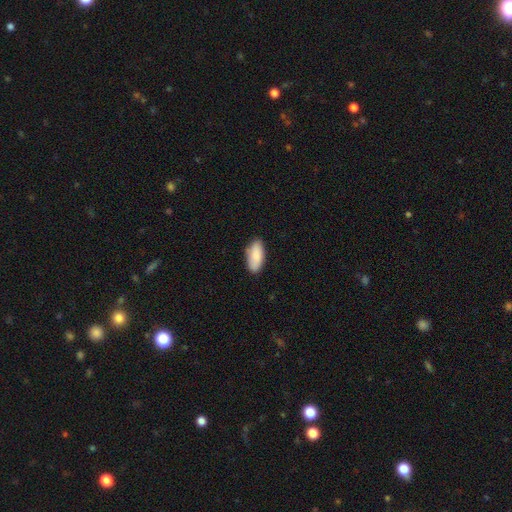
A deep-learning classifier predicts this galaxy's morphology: smooth 87%, featured or disk 7%, star or artifact 6%. Down the decision tree: how rounded — in between (88%); merging — none (83%).